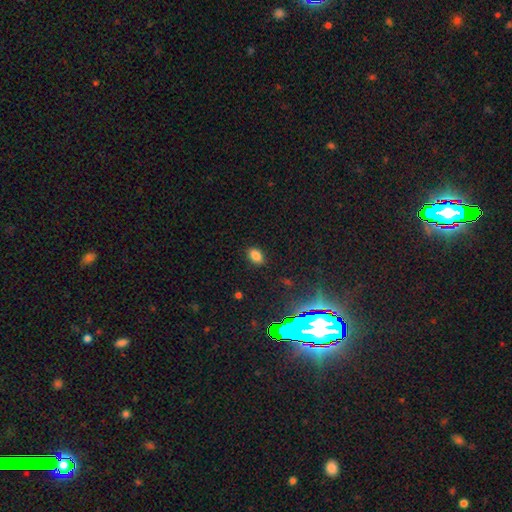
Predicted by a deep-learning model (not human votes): smooth 79%, star or artifact 15%, featured or disk 6%. Down the decision tree: how rounded — in between (84%); merging — none (86%).